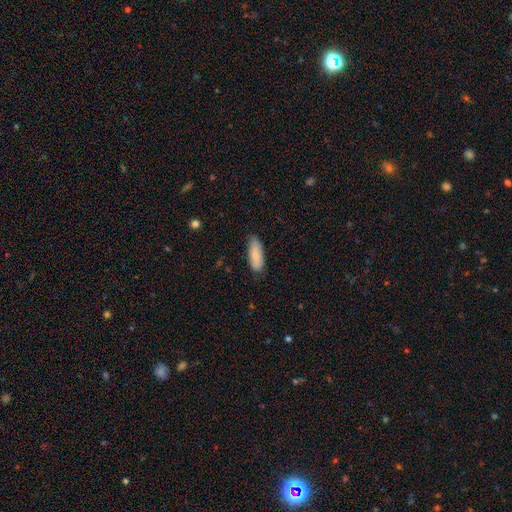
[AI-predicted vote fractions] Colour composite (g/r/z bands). It shows a smooth galaxy with no disk features (84%) that is in between round and cigar-shaped (65%). Merging: none (77%).